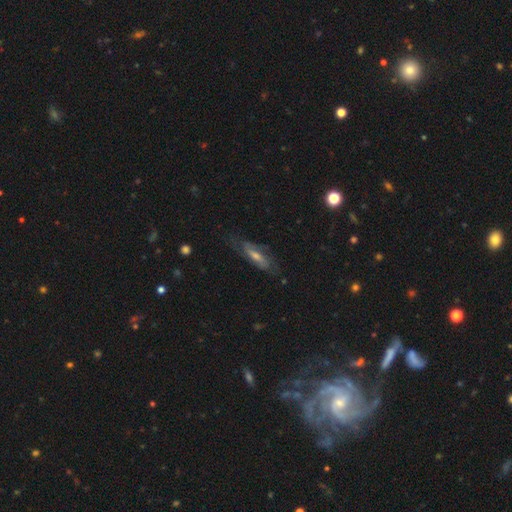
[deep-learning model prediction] smooth-or-featured: featured or disk: 62% | smooth: 28% | star or artifact: 10%
  disk-edge-on: no: 68% | yes: 32%
  merging: none: 71% | minor disturbance: 19% | major disturbance: 8% | merger: 1%